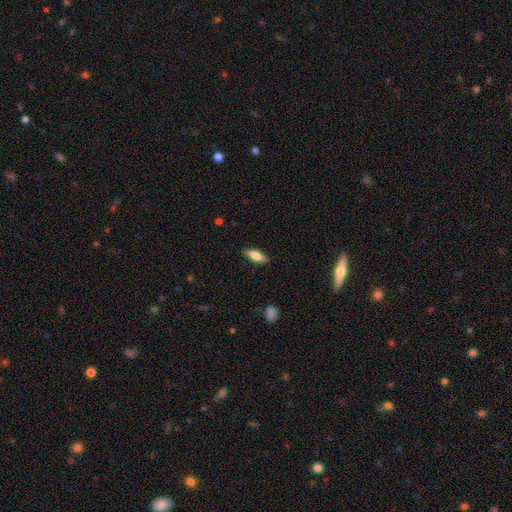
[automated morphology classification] A smooth galaxy with no disk features (72%) that is in between round and cigar-shaped (60%). Merging: none (86%).